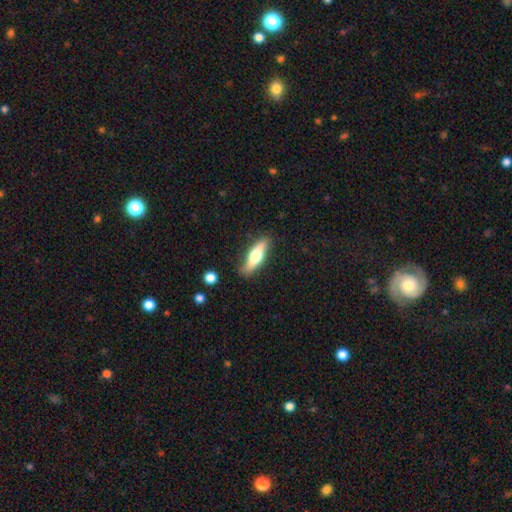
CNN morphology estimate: smooth-or-featured: smooth: 51% | featured or disk: 43% | star or artifact: 6%
  how-rounded: cigar-shaped: 60% | in between: 37% | round: 2%
  merging: none: 81% | minor disturbance: 13% | major disturbance: 3% | merger: 2%